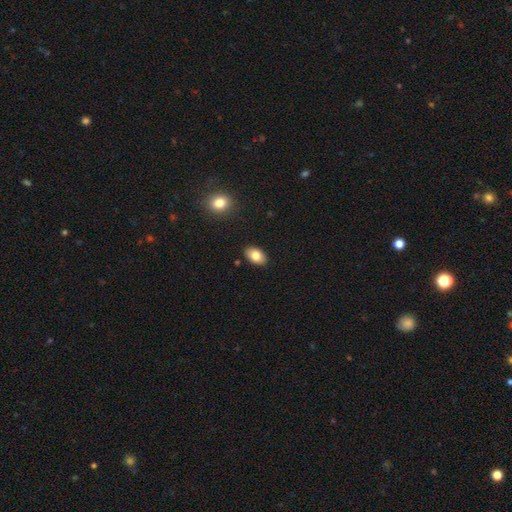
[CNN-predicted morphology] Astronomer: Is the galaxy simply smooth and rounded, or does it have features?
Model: smooth — 80%.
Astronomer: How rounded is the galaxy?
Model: in between — 91%.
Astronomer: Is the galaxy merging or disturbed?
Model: none — 88%.